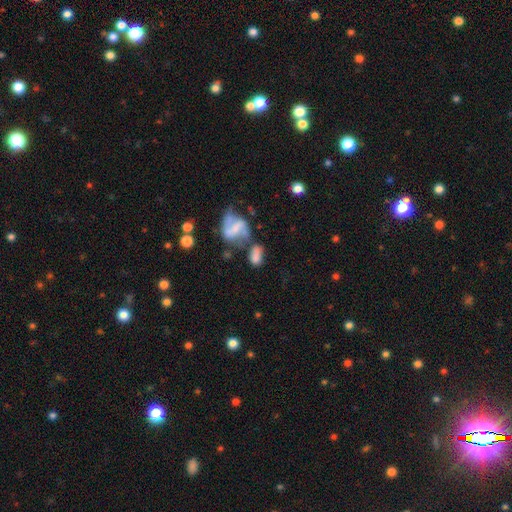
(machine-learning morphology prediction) smooth-or-featured: smooth: 58% | featured or disk: 32% | star or artifact: 11%
  how-rounded: in between: 82% | round: 14% | cigar-shaped: 4%
  merging: merger: 34% (tied) | none: 34% (tied) | minor disturbance: 18% | major disturbance: 14%